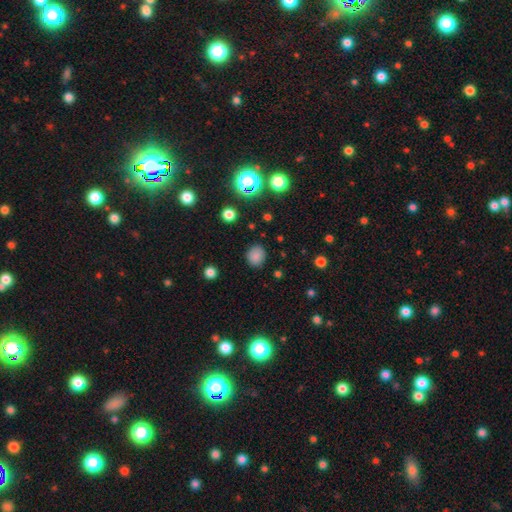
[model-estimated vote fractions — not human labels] smooth-or-featured: smooth: 81% | star or artifact: 14% | featured or disk: 5%
  how-rounded: round: 76% | in between: 23% | cigar-shaped: 1%
  merging: none: 84% | minor disturbance: 11% | major disturbance: 3% | merger: 1%